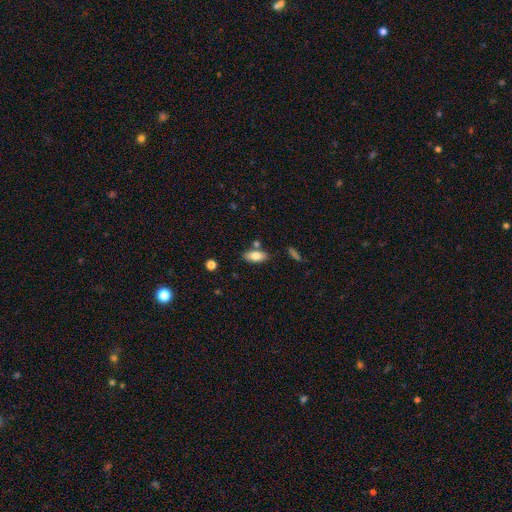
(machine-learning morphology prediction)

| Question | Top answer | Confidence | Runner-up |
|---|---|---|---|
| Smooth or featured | smooth | 79% | featured or disk (14%) |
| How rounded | in between | 87% | cigar-shaped (10%) |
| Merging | none | 76% | minor disturbance (12%) |